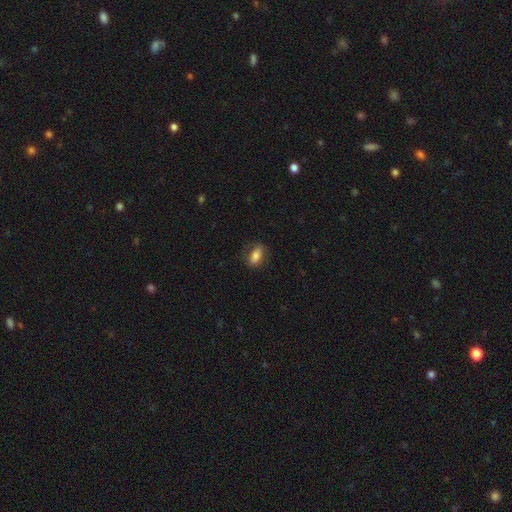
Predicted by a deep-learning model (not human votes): Overall: smooth (79%). How rounded: in between (83%). Merging: none (77%).